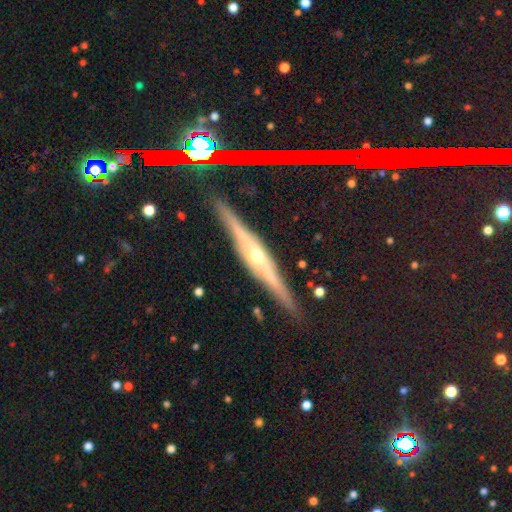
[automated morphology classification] A featured or disk galaxy (74%) viewed edge-on (95%) with a rounded central bulge (87%). Merging: none (88%).